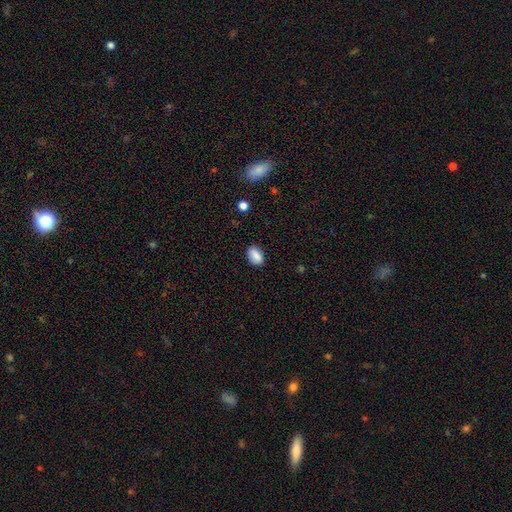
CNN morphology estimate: smooth 88%, star or artifact 8%, featured or disk 4%. Down the decision tree: how rounded — in between (87%); merging — none (86%).